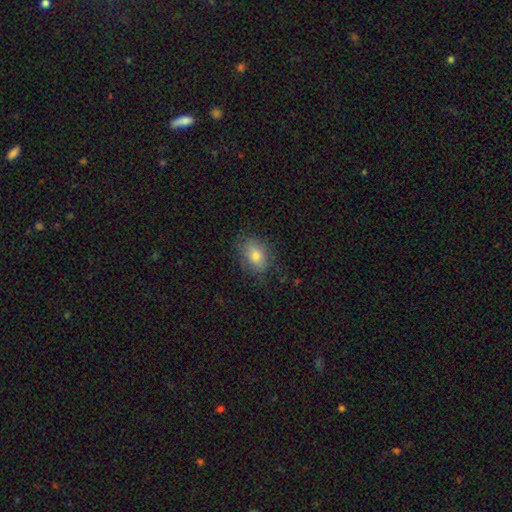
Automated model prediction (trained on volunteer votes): smooth_or_featured: smooth (p=0.77) [alt: featured or disk p=0.14]
how_rounded: in between (p=0.77) [alt: round p=0.22]
merging: none (p=0.75) [alt: minor disturbance p=0.18]